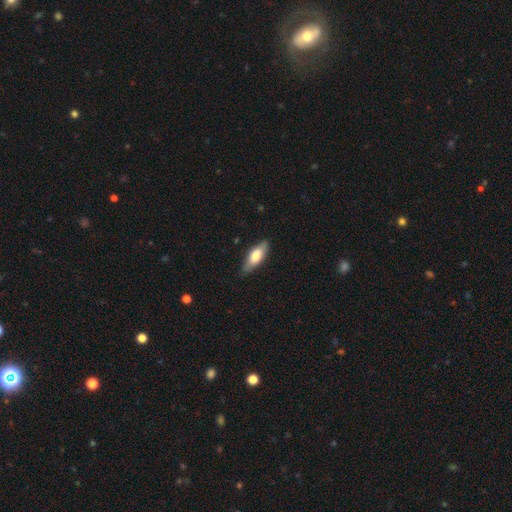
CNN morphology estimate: A smooth galaxy with no disk features (69%) that is in between round and cigar-shaped (69%).

Vote fractions:
- Smooth or featured? smooth: 69% / featured or disk: 25% / star or artifact: 5%
- How rounded? in between: 69% / cigar-shaped: 29% / round: 2%
- Merging? none: 81% / minor disturbance: 16% / major disturbance: 2% / merger: 1%